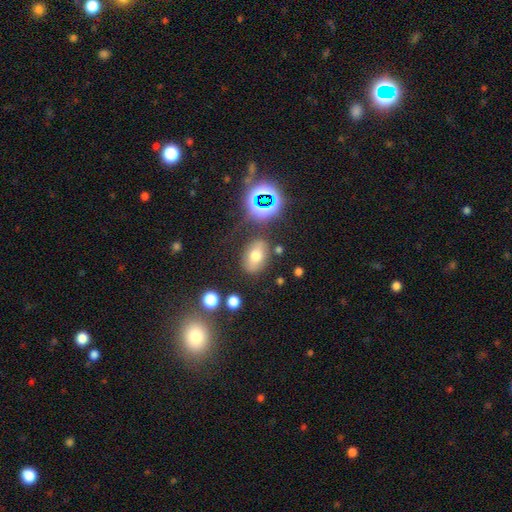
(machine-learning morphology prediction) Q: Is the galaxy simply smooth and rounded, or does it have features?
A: smooth — 63%.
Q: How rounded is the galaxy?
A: in between — 79%.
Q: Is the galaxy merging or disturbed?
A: none — 75%.